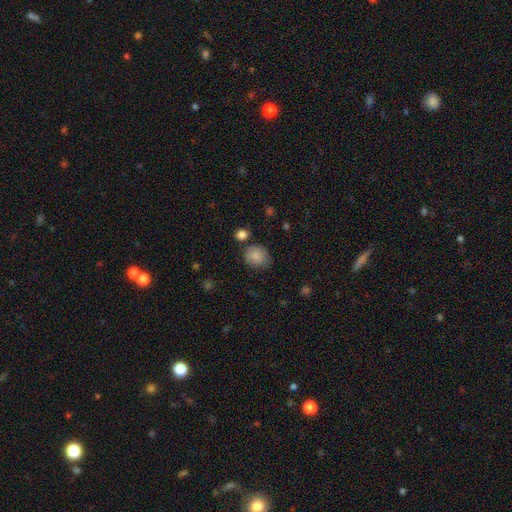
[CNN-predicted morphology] Overall: smooth (85%). How rounded: round (60%; in between 39%). Merging: none (67%).